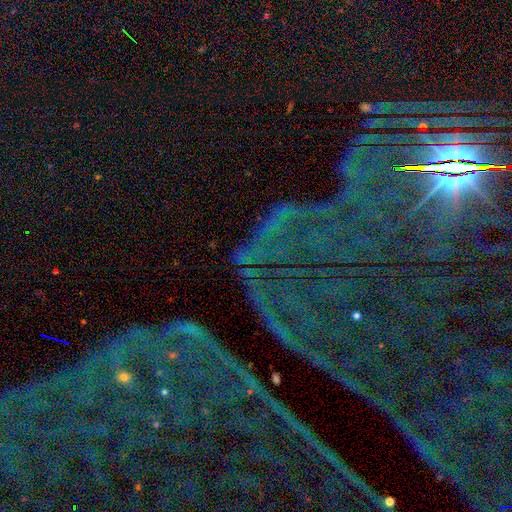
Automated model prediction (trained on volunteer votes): Morphology: type=star or artifact (79%).